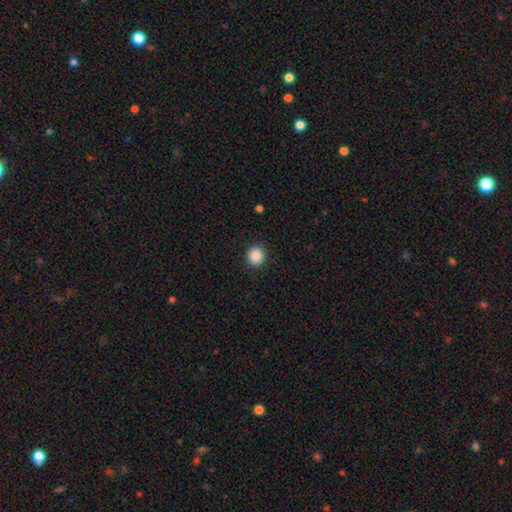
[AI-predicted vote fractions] The model was most divided on "smooth or featured": smooth: 87%, star or artifact: 9%, featured or disk: 3%. More confident: how rounded — round (92%); merging — none (92%).